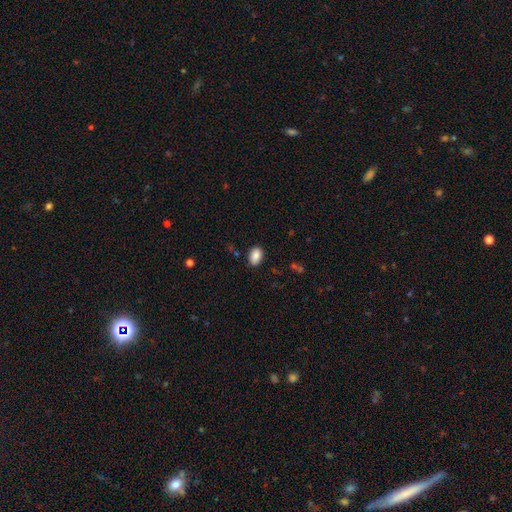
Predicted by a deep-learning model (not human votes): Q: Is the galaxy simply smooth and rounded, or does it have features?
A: smooth — 88%.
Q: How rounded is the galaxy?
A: in between — 87%.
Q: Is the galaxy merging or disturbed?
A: none — 87%.